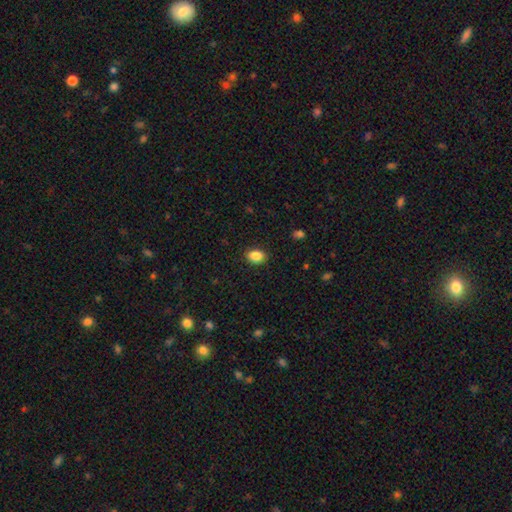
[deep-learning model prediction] Q: Smooth or featured?
A: smooth (87%); runner-up: star or artifact (9%)
Q: How rounded?
A: in between (66%); runner-up: round (33%)
Q: Merging?
A: none (89%); runner-up: minor disturbance (8%)